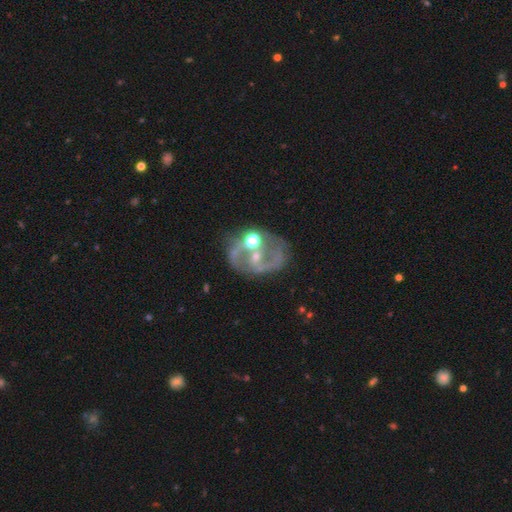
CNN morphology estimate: Smooth or featured: featured or disk — 74% (smooth — 15%)
Edge-on disk: no — 97% (yes — 3%)
Bar: no — 49% (weak — 35%)
Spiral arms: yes — 66% (no — 34%)
Bulge size: moderate — 52% (small — 37%)
Merging: none — 48% (merger — 18%)